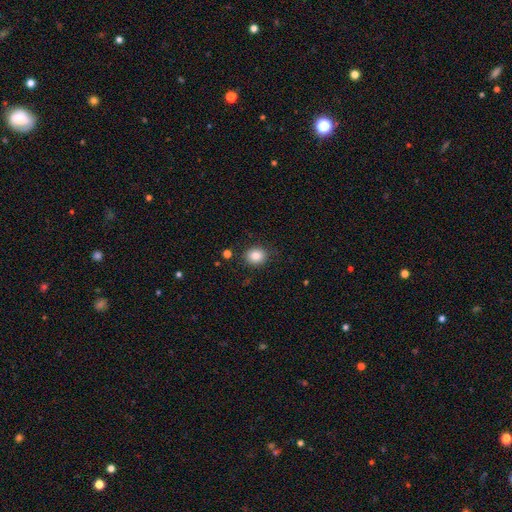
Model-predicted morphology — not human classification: This appears to be a smooth galaxy with no disk features (84%) that is round (74%). Merging: none (86%).